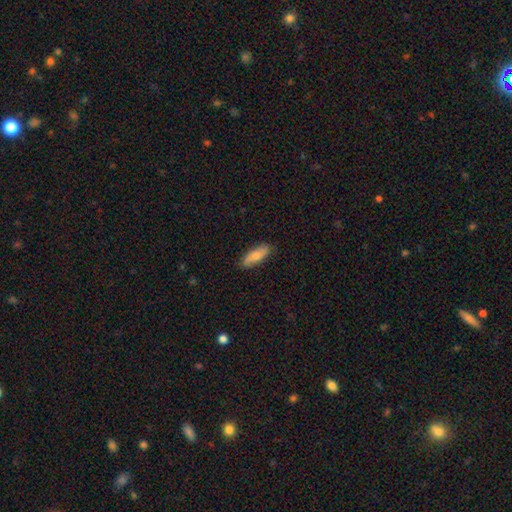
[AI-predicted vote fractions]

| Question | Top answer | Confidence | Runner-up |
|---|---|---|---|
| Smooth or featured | smooth | 75% | featured or disk (19%) |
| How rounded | in between | 66% | cigar-shaped (32%) |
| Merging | none | 85% | minor disturbance (12%) |